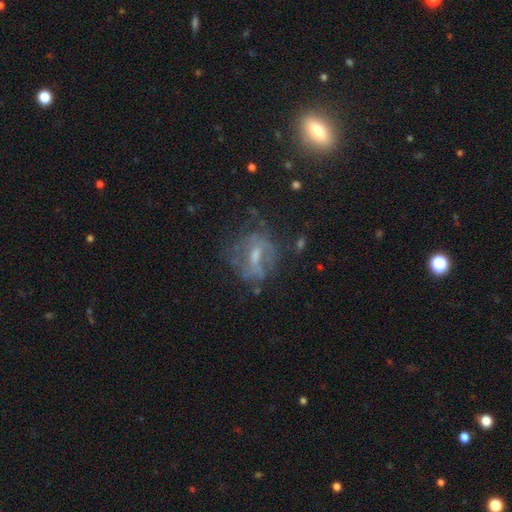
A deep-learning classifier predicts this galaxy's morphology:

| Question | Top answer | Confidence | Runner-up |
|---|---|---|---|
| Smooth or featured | featured or disk | 62% | smooth (24%) |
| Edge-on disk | no | 94% | yes (6%) |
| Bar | weak | 46% | no (35%) |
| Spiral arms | no | 55% | yes (45%) |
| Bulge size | moderate | 43% | small (38%) |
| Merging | none | 53% | major disturbance (22%) |